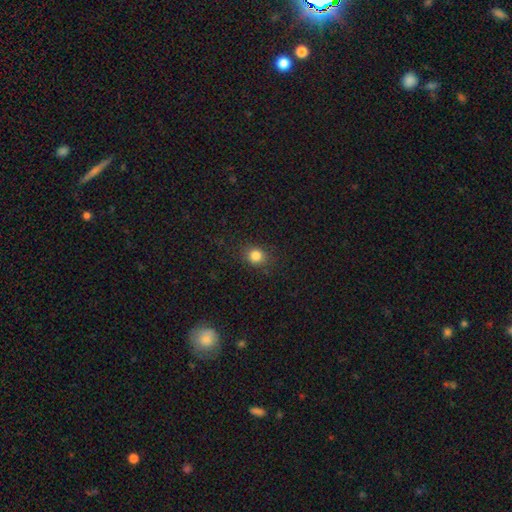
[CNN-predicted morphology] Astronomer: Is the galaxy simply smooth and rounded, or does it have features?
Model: smooth — 83%.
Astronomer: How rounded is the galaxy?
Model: round — 73%.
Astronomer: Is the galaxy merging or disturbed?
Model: none — 86%.